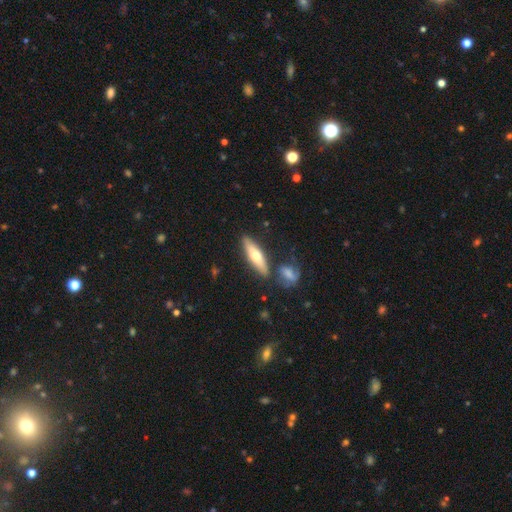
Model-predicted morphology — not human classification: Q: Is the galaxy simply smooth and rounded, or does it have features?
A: smooth — 51%.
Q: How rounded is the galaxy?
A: cigar-shaped — 65%.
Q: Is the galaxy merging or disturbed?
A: none — 77%.